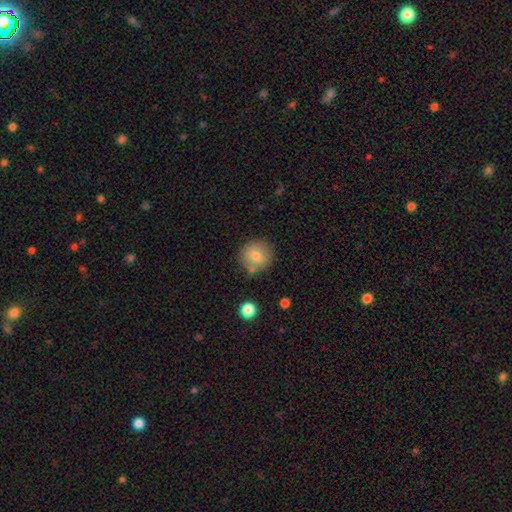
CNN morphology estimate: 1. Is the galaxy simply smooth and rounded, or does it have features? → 77% smooth, 13% featured or disk, 9% star or artifact.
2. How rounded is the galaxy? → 92% round, 7% in between, 1% cigar-shaped.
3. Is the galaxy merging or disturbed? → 78% none, 11% minor disturbance, 8% merger, 3% major disturbance.